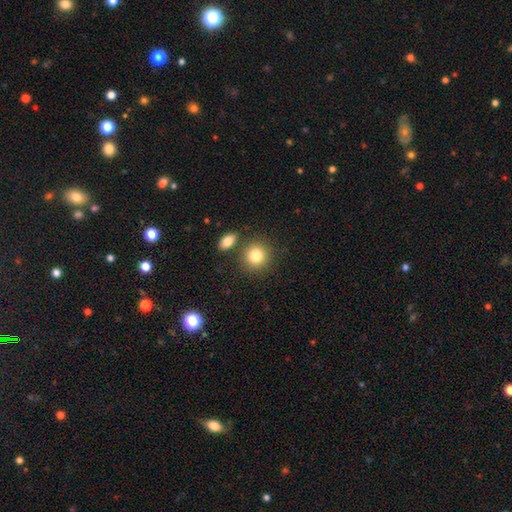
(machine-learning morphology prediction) A smooth galaxy with no disk features (82%) that is round (85%). Merging: none (77%).